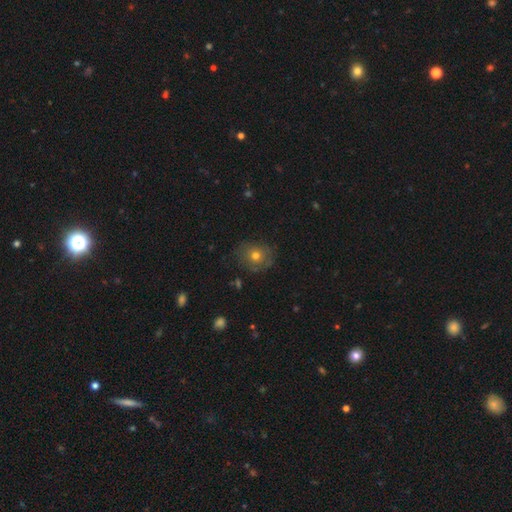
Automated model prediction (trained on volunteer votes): Smooth or featured? Predicted: smooth (p=0.67). How rounded? Predicted: round (p=0.76). Merging? Predicted: none (p=0.77).